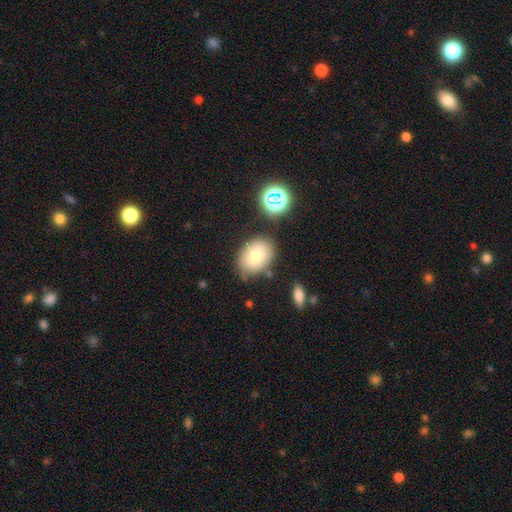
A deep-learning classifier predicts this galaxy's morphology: The model was most divided on "how rounded": in between: 73%, round: 26%, cigar-shaped: 1%. More confident: smooth or featured — smooth (77%); merging — none (73%).